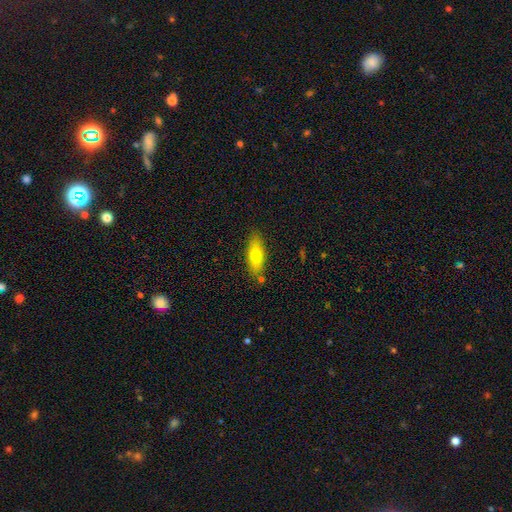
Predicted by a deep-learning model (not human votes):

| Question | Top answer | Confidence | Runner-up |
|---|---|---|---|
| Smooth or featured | smooth | 68% | featured or disk (25%) |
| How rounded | in between | 61% | cigar-shaped (36%) |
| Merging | none | 82% | minor disturbance (11%) |